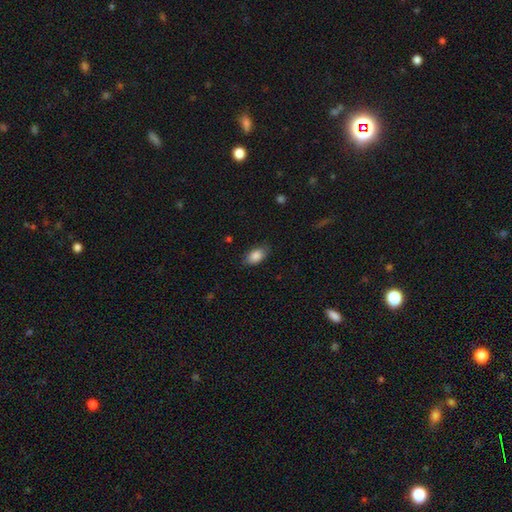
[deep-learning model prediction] smooth_or_featured: smooth (p=0.87) [alt: star or artifact p=0.07]
how_rounded: in between (p=0.91) [alt: round p=0.07]
merging: none (p=0.78) [alt: minor disturbance p=0.17]